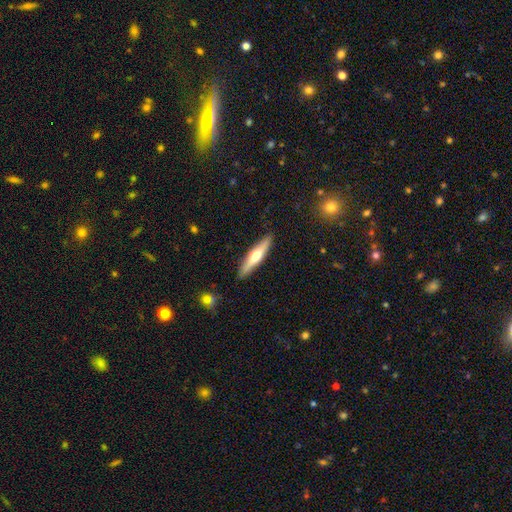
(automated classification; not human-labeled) This appears to be a featured or disk galaxy (51%) viewed edge-on (93%). Merging: none (89%).